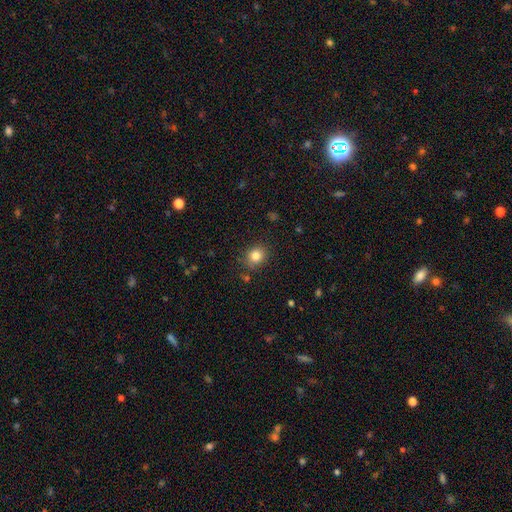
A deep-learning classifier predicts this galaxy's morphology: Smooth or featured? smooth (83%)
How rounded? round (66%)
Merging? none (84%)